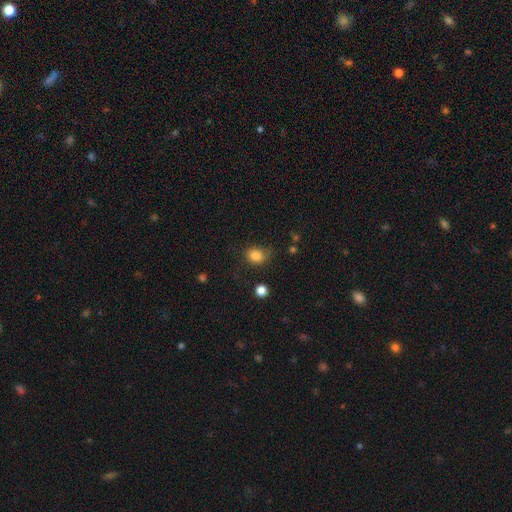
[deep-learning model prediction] Q: Smooth or featured?
A: smooth (84%); runner-up: star or artifact (11%)
Q: How rounded?
A: round (61%); runner-up: in between (39%)
Q: Merging?
A: none (73%); runner-up: minor disturbance (20%)